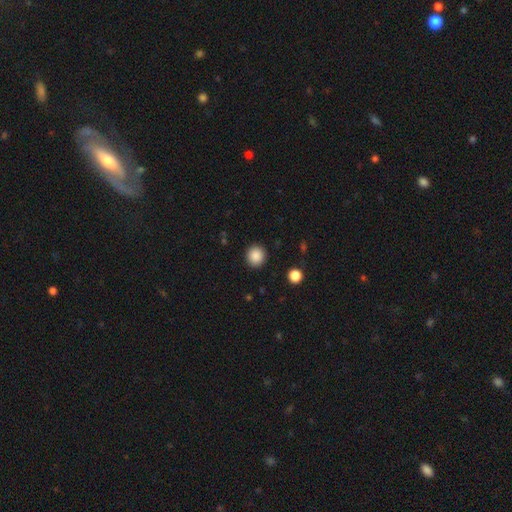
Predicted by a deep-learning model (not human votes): Morphology: type=smooth (88%); roundness=round (92%); merging=none (91%).